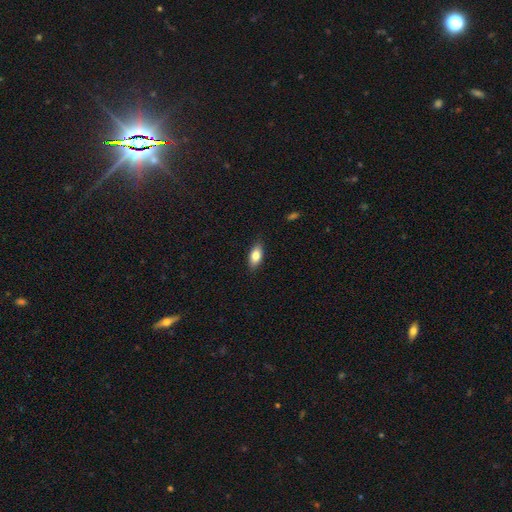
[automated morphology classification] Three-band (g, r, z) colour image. It shows a smooth galaxy with no disk features (79%) that is in between round and cigar-shaped (85%). Merging: none (86%).